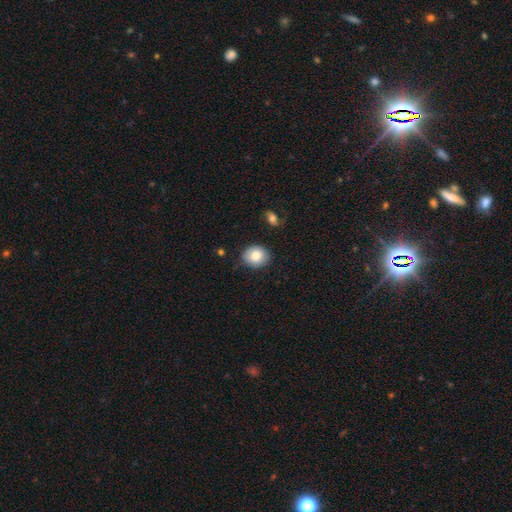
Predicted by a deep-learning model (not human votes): A smooth galaxy with no disk features (83%) that is round (64%). Merging: none (81%).